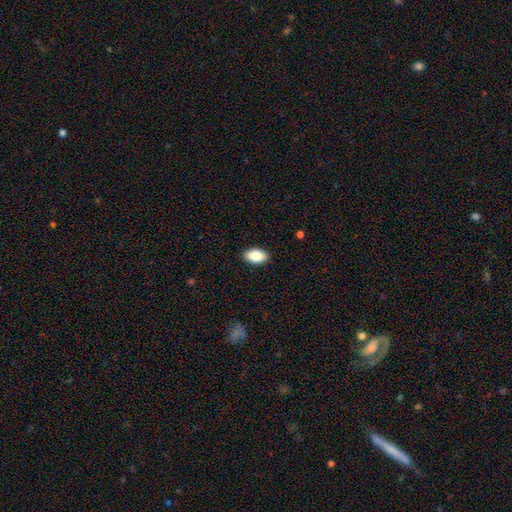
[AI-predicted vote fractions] smooth-or-featured: smooth: 86% | featured or disk: 7% | star or artifact: 7%
  how-rounded: in between: 93% | round: 5% | cigar-shaped: 2%
  merging: none: 89% | minor disturbance: 8% | major disturbance: 2% | merger: 1%